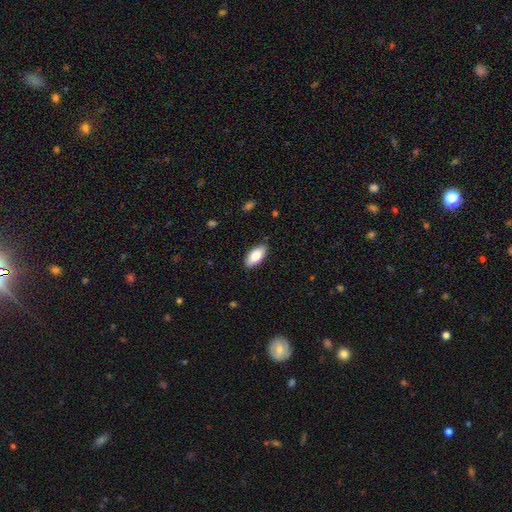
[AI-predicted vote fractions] Smooth or featured? Predicted: smooth (p=0.83). How rounded? Predicted: in between (p=0.91). Merging? Predicted: none (p=0.86).